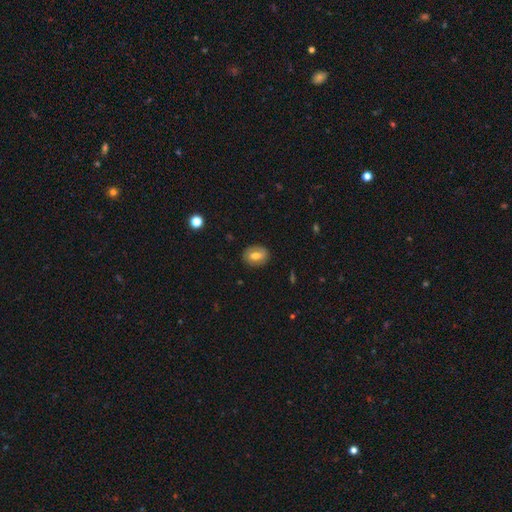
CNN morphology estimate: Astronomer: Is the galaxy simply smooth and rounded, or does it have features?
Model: smooth — 56% (runner-up: featured or disk, 35%).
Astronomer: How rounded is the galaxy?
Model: in between — 59% (runner-up: round, 39%).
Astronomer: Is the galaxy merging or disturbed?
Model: none — 84%.